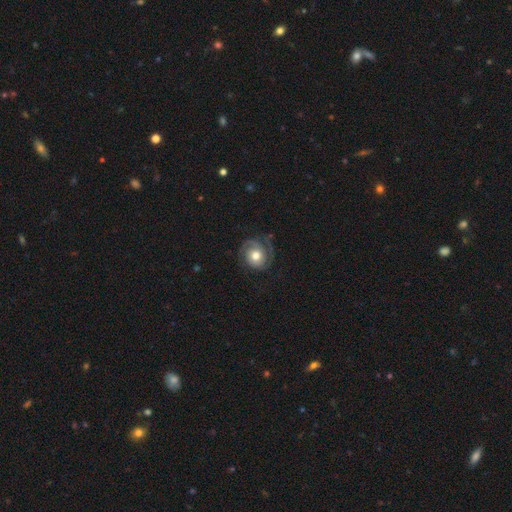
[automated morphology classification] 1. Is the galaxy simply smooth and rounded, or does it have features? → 67% featured or disk, 26% smooth, 7% star or artifact.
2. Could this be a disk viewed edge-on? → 98% no, 2% yes.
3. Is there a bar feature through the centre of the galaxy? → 79% no, 18% weak, 4% strong.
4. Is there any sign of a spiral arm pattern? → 90% yes, 10% no.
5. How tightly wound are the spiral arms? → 55% tight, 32% medium, 13% loose.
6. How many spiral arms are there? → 51% 2, 25% 1, 13% can't tell, 7% 3, 2% 4, 2% more than 4.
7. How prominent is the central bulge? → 65% moderate, 25% large, 7% small, 2% dominant, 1% none.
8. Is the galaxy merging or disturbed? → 65% none, 20% minor disturbance, 14% major disturbance, 2% merger.